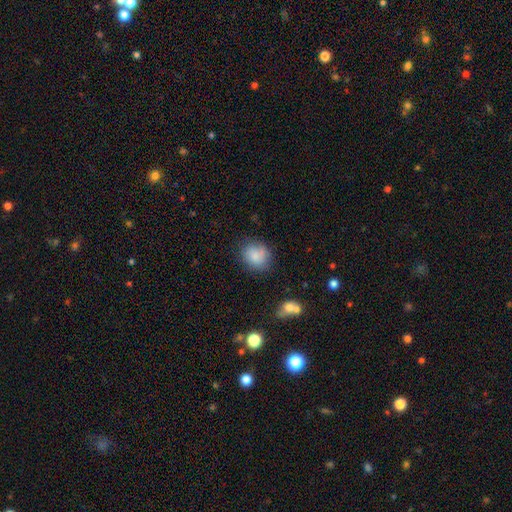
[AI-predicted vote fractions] smooth_or_featured: smooth (p=0.81) [alt: featured or disk p=0.10]
how_rounded: round (p=0.63) [alt: in between p=0.36]
merging: none (p=0.68) [alt: minor disturbance p=0.21]